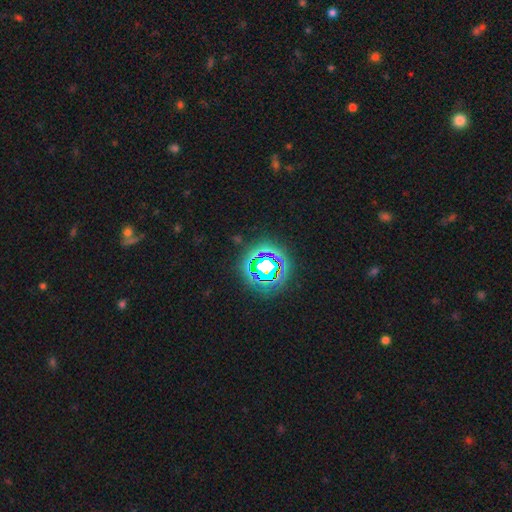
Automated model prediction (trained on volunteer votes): A star or artifact, not a galaxy (73%).

Vote fractions:
- Smooth or featured? star or artifact: 73% / smooth: 17% / featured or disk: 11%